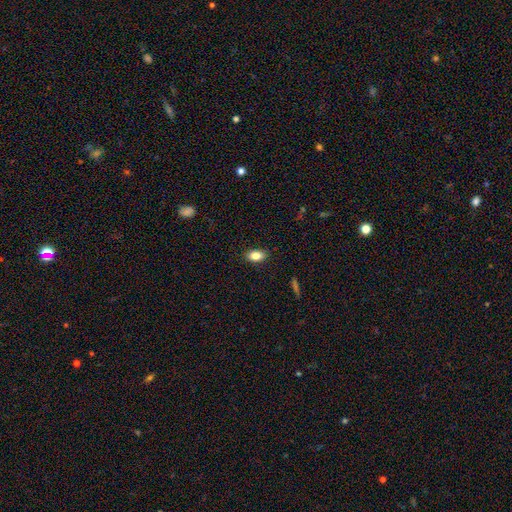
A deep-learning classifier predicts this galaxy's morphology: Q: Smooth or featured?
A: smooth (84%); runner-up: star or artifact (9%)
Q: How rounded?
A: in between (87%); runner-up: round (10%)
Q: Merging?
A: none (87%); runner-up: minor disturbance (10%)